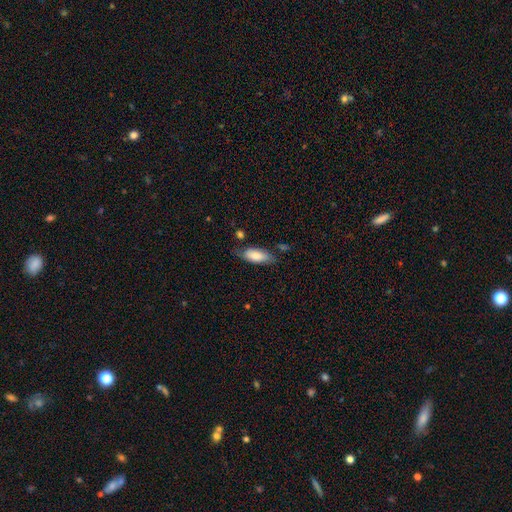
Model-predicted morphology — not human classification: The model was most divided on "merging": none: 63%, minor disturbance: 26%, major disturbance: 6%, merger: 5%. More confident: how rounded — in between (79%); smooth or featured — smooth (78%).